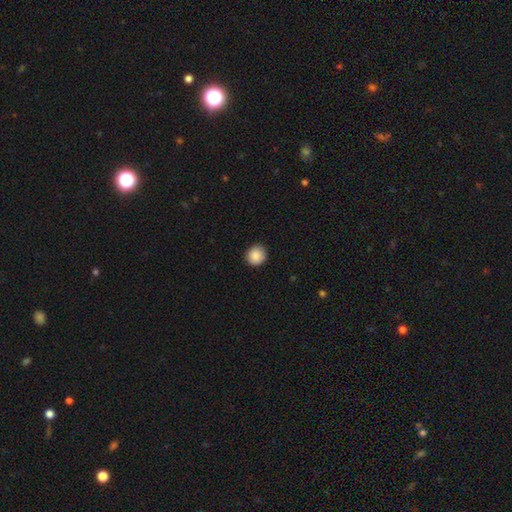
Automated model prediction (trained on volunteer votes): Smooth or featured: smooth — 88% (star or artifact — 8%)
How rounded: round — 89% (in between — 10%)
Merging: none — 88% (minor disturbance — 9%)